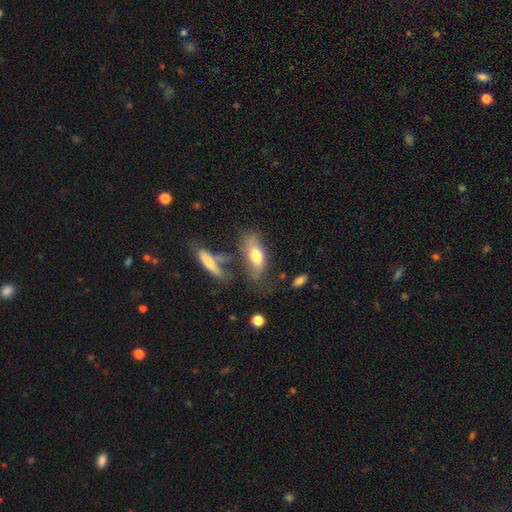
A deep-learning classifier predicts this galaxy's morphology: A smooth galaxy with no disk features (65%) that is in between round and cigar-shaped (81%).

Vote fractions:
- Smooth or featured? smooth: 65% / featured or disk: 28% / star or artifact: 7%
- How rounded? in between: 81% / cigar-shaped: 16% / round: 3%
- Merging? none: 42% / minor disturbance: 23% / merger: 19% / major disturbance: 16%